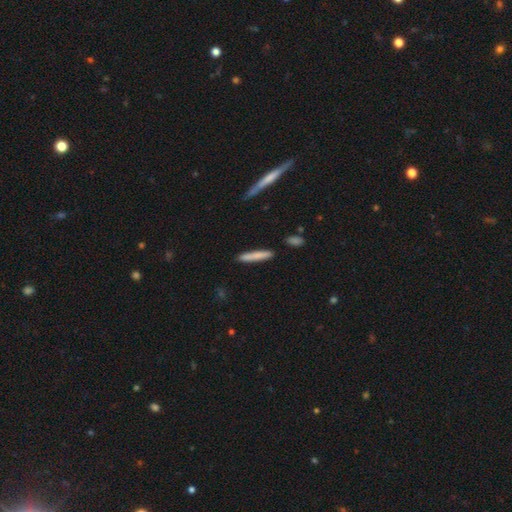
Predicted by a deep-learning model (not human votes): smooth 77%, featured or disk 17%, star or artifact 6%. Down the decision tree: how rounded — cigar-shaped (92%); merging — none (88%).